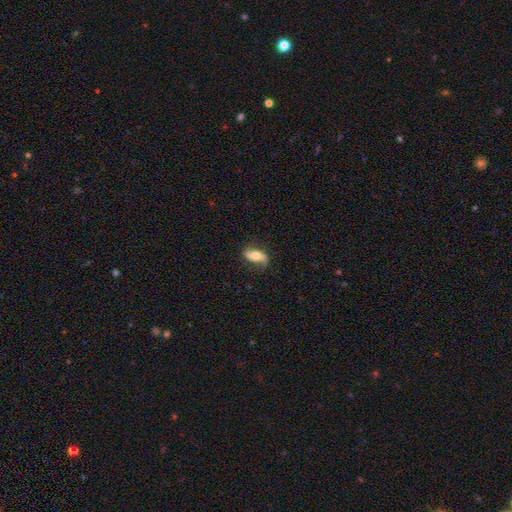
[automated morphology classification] Smooth or featured: featured or disk — 49% (smooth — 44%)
Merging: none — 74% (minor disturbance — 19%)